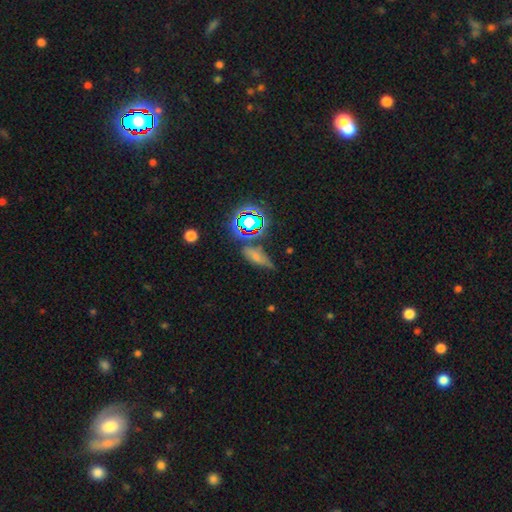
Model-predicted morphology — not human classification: The model was most divided on "how rounded": in between: 59%, cigar-shaped: 32%, round: 9%. More confident: merging — none (56%); smooth or featured — smooth (55%).